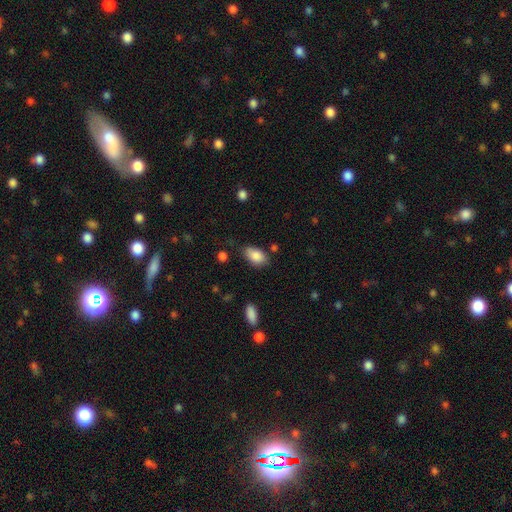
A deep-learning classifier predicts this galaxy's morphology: This is clearly a smooth galaxy (87%). How rounded: clearly in between (93%). Merging: likely none (75%).